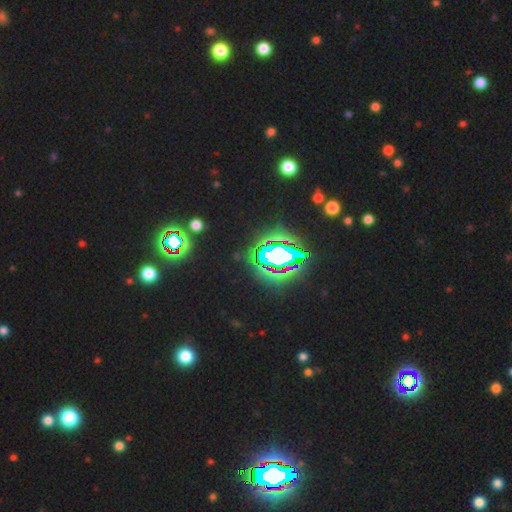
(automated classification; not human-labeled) Smooth or featured: star or artifact — 71% (smooth — 16%)